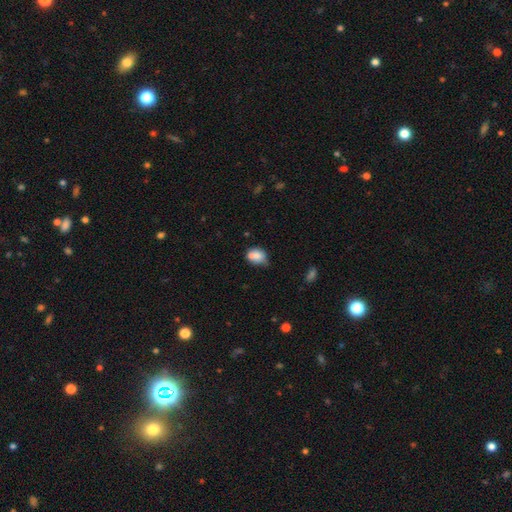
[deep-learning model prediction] Smooth or featured: smooth — 77% (featured or disk — 14%)
How rounded: in between — 60% (round — 39%)
Merging: none — 38% (merger — 30%)